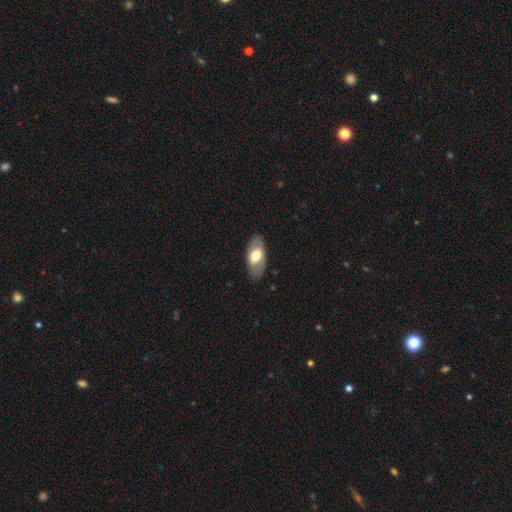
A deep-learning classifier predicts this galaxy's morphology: type=smooth (57%); roundness=in between (92%); merging=none (82%).